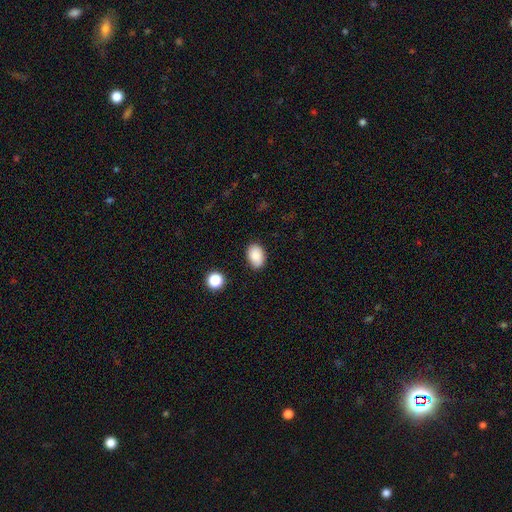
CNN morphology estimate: Q: Smooth or featured?
A: smooth (86%); runner-up: star or artifact (8%)
Q: How rounded?
A: in between (84%); runner-up: round (15%)
Q: Merging?
A: none (83%); runner-up: minor disturbance (12%)